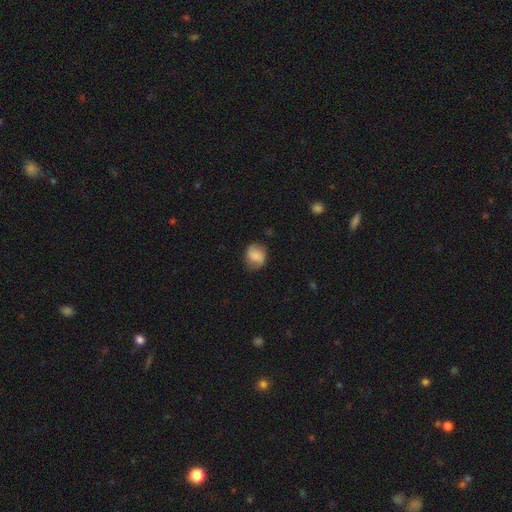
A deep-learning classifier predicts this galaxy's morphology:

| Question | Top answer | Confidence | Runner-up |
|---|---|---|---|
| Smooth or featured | smooth | 65% | featured or disk (26%) |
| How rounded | round | 65% | in between (33%) |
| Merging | none | 72% | minor disturbance (21%) |